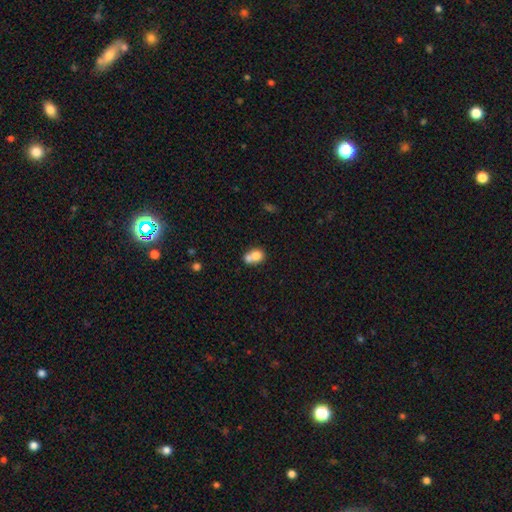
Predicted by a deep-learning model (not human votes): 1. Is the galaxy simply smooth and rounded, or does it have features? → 73% smooth, 17% featured or disk, 10% star or artifact.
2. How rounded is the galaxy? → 61% round, 38% in between, 1% cigar-shaped.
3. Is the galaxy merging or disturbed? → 62% merger, 26% none, 8% minor disturbance, 4% major disturbance.